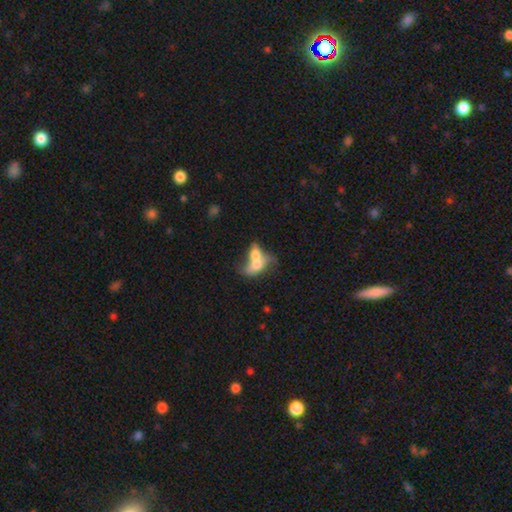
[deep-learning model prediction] A smooth galaxy with no disk features (62%) that is in between round and cigar-shaped (77%). Merging: merger (75%).